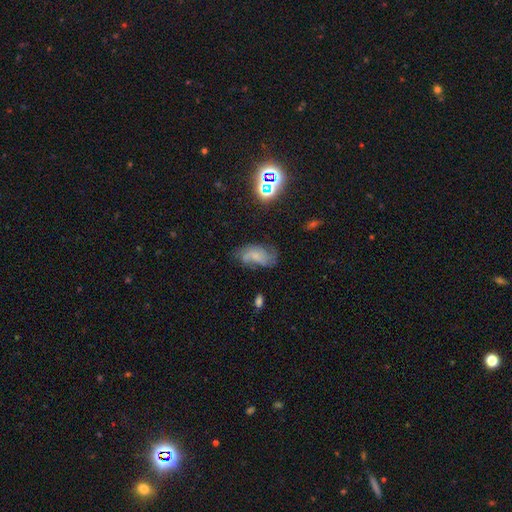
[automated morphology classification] This appears to be a featured or disk galaxy (47%). Merging: none (52%).